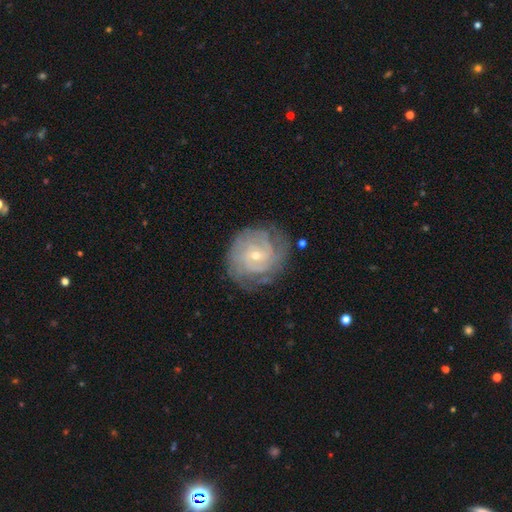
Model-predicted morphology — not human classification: Overall: featured or disk (84%). Edge-on disk: no (98%). Bar: no (57%; weak 36%). Spiral arms: yes (95%). Spiral arm count: can't tell (35%; 3 18%). Spiral winding: tight (73%). Bulge size: small (71%). Merging: none (76%).